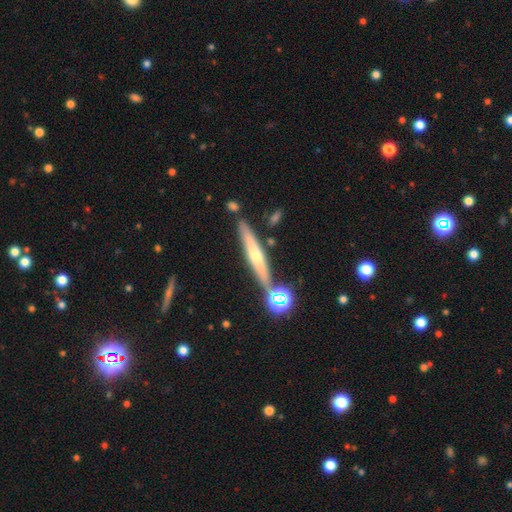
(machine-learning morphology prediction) type=featured or disk (53%); edge-on=yes (91%); merging=none (78%).